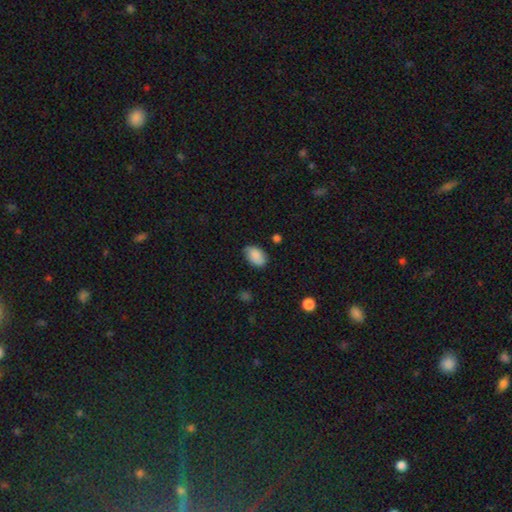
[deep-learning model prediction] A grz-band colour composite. It shows a smooth galaxy with no disk features (86%) that is in between round and cigar-shaped (89%). Merging: none (73%).